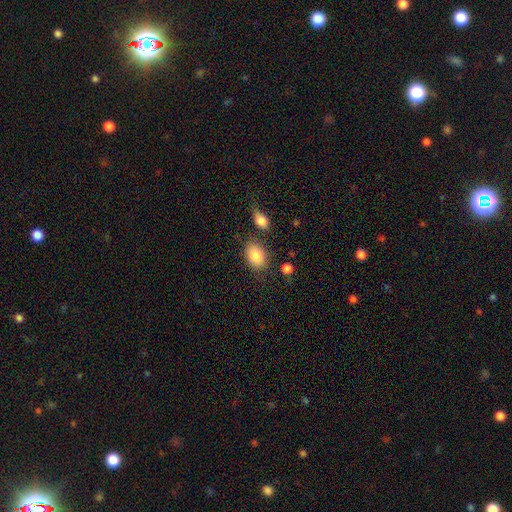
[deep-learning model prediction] This is clearly a smooth galaxy (86%). How rounded: clearly in between (80%). Merging: likely none (71%).